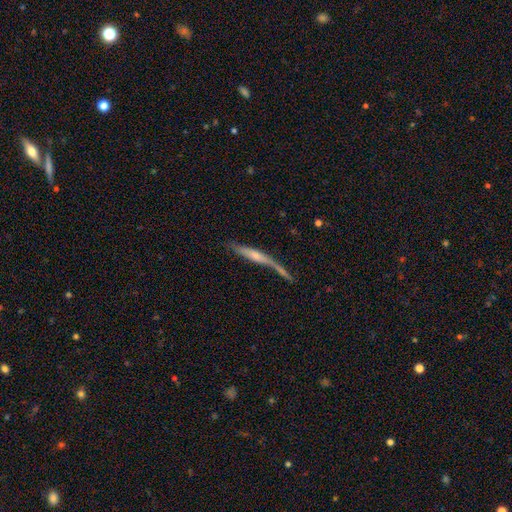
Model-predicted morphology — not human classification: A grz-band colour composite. It shows a featured or disk galaxy (53%) viewed edge-on (88%). Merging: none (49%).